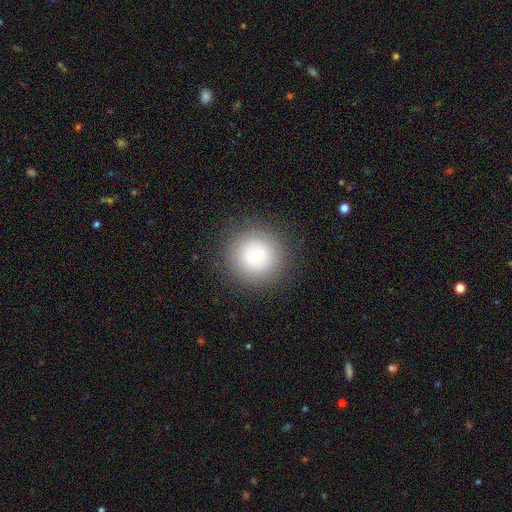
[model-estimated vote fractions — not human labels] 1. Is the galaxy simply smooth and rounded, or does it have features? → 69% smooth, 17% featured or disk, 15% star or artifact.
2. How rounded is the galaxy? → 96% round, 3% in between, 1% cigar-shaped.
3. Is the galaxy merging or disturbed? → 89% none, 6% minor disturbance, 3% major disturbance, 1% merger.